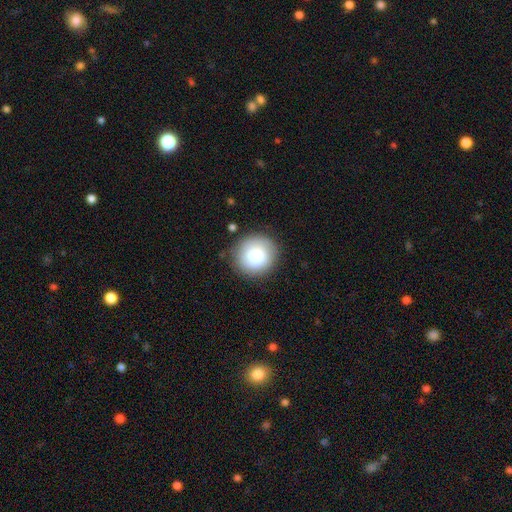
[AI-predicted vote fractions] This is clearly a smooth galaxy (84%). How rounded: clearly round (92%). Merging: clearly none (84%).